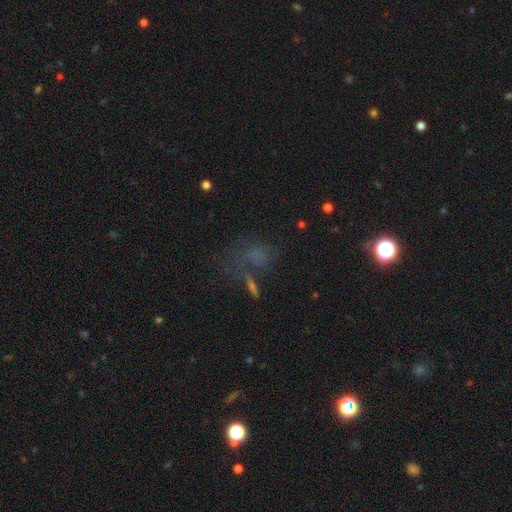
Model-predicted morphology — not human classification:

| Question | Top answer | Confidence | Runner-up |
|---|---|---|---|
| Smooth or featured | smooth | 44% | star or artifact (34%) |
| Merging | none | 40% | major disturbance (27%) |